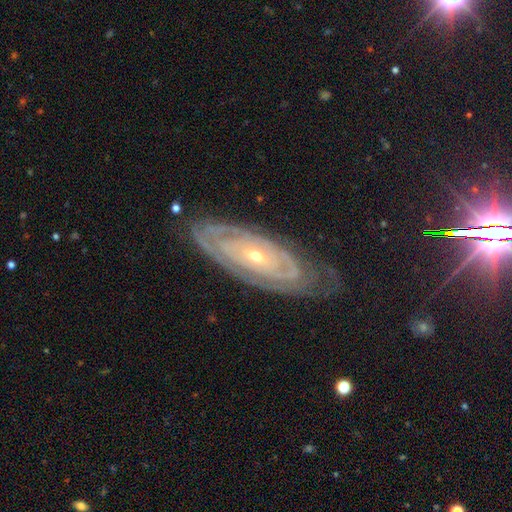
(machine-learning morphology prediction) The model was most divided on "spiral arm count": can't tell: 50%, 2: 21%, 3: 10%, 4: 8%, more than 4: 6%, 1: 5%. More confident: spiral arms — yes (89%); edge-on disk — no (89%); smooth or featured — featured or disk (85%); spiral winding — tight (84%); bar — no (79%); merging — none (77%); bulge size — small (63%).